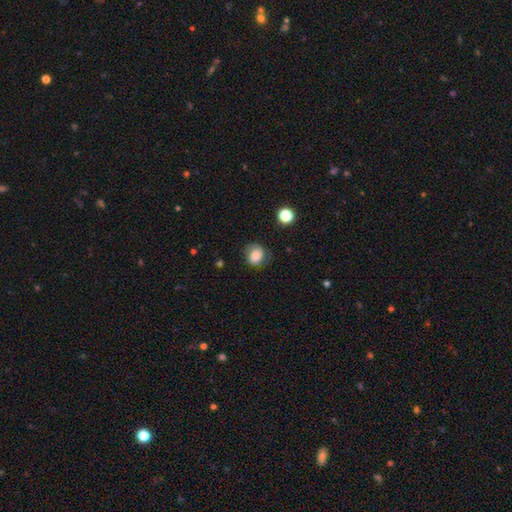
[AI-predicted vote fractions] Smooth or featured? smooth (66%)
How rounded? round (72%)
Merging? none (63%)